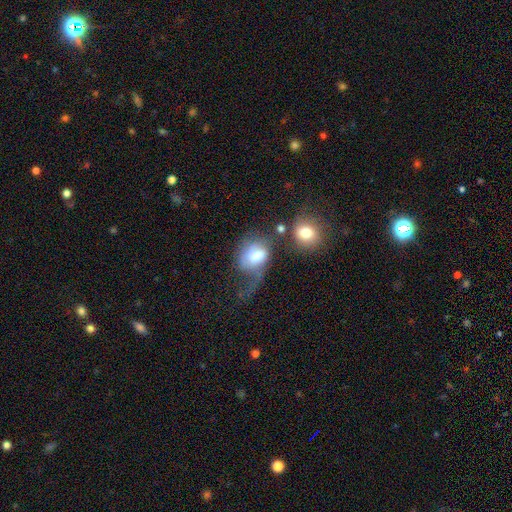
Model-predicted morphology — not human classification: smooth_or_featured: smooth (p=0.57) [alt: featured or disk p=0.34]
how_rounded: in between (p=0.64) [alt: round p=0.35]
merging: major disturbance (p=0.41) [alt: none p=0.21]